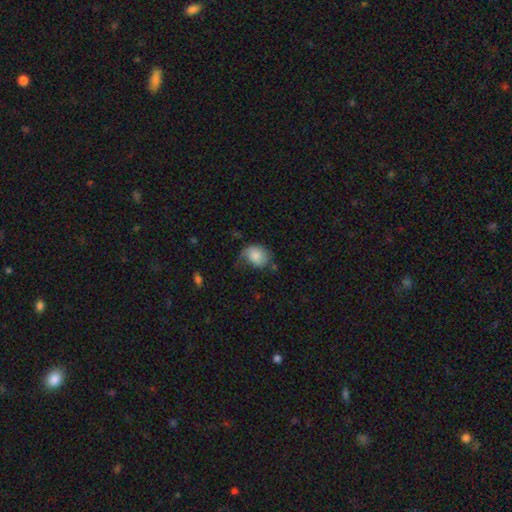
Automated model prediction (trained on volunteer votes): Smooth or featured: smooth — 65% (featured or disk — 27%)
How rounded: round — 52% (in between — 47%)
Merging: none — 38% (minor disturbance — 34%)